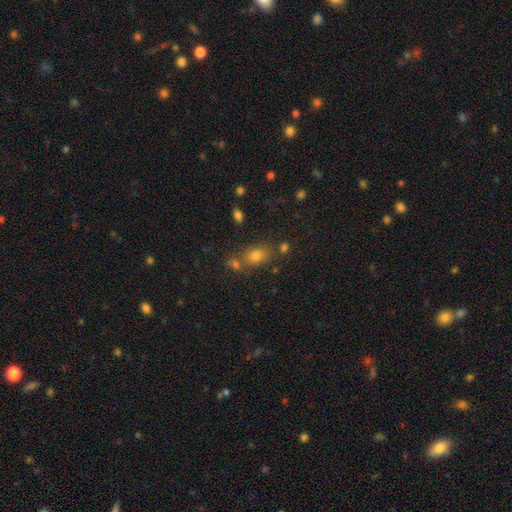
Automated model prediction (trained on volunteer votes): Overall: smooth (70%). How rounded: in between (61%; round 37%). Merging: none (65%).